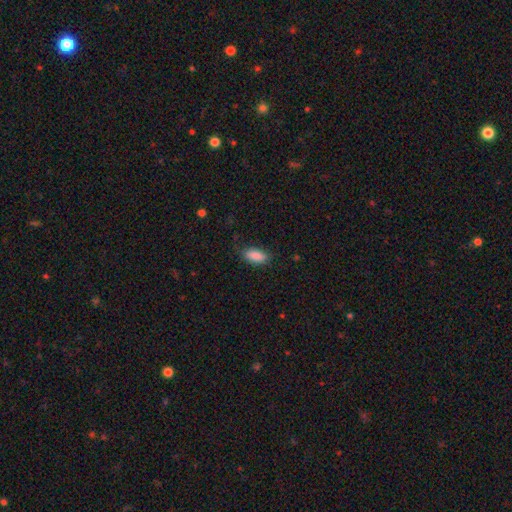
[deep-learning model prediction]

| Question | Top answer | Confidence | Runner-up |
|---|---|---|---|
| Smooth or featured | smooth | 88% | star or artifact (7%) |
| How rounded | in between | 86% | cigar-shaped (11%) |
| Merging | none | 80% | minor disturbance (15%) |